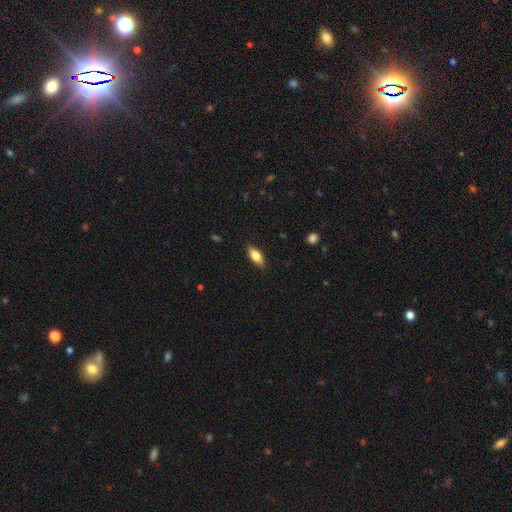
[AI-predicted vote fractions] A smooth galaxy with no disk features (75%) that is in between round and cigar-shaped (77%).

Vote fractions:
- Smooth or featured? smooth: 75% / featured or disk: 18% / star or artifact: 7%
- How rounded? in between: 77% / cigar-shaped: 21% / round: 3%
- Merging? none: 88% / minor disturbance: 9% / major disturbance: 2% / merger: 1%